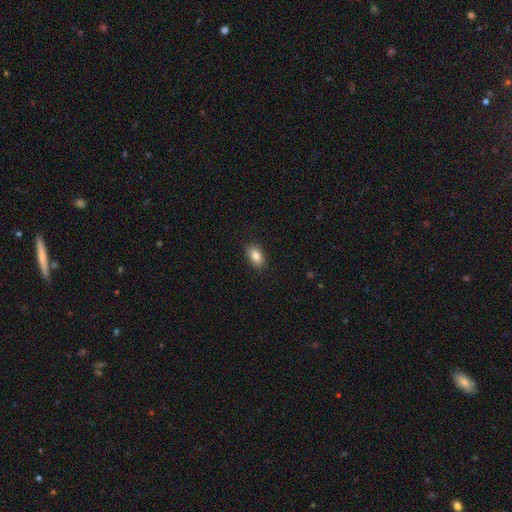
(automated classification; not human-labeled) Smooth or featured?
  - smooth: 84% *
  - star or artifact: 8%
  - featured or disk: 8%
How rounded?
  - in between: 87% *
  - round: 11%
  - cigar-shaped: 2%
Merging?
  - none: 87% *
  - minor disturbance: 10%
  - major disturbance: 2%
  - merger: 1%